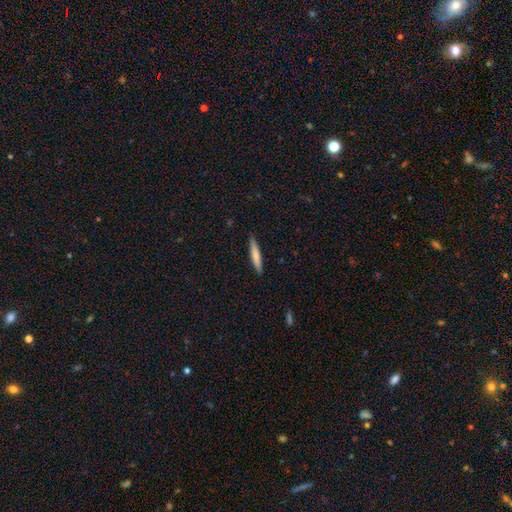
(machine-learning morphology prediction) type=smooth (74%); roundness=cigar-shaped (92%); merging=none (90%).